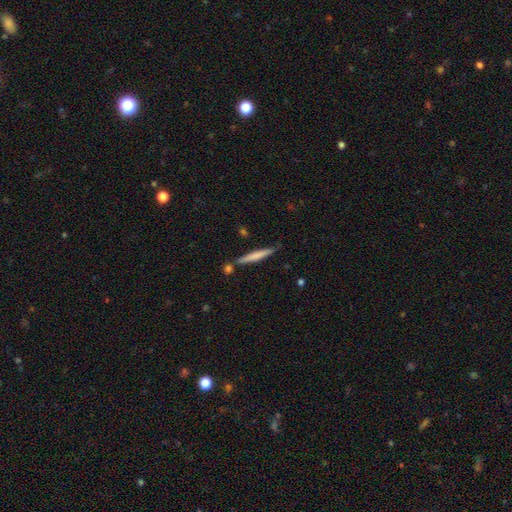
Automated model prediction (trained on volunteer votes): A smooth galaxy with no disk features (64%) that is cigar-shaped (95%). Merging: none (79%).